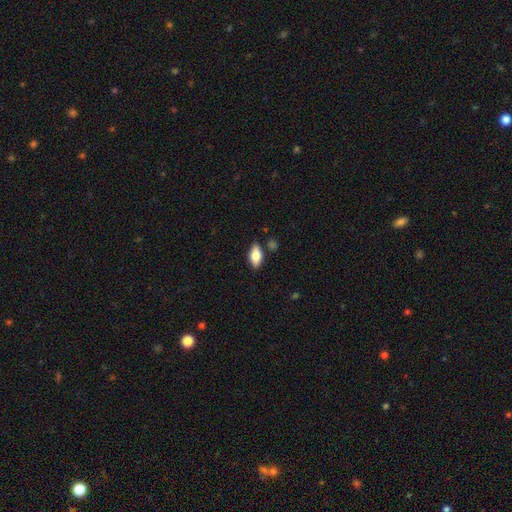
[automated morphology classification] smooth-or-featured: smooth: 67% | featured or disk: 26% | star or artifact: 7%
  how-rounded: in between: 85% | cigar-shaped: 11% | round: 4%
  merging: none: 80% | minor disturbance: 13% | merger: 4% | major disturbance: 3%